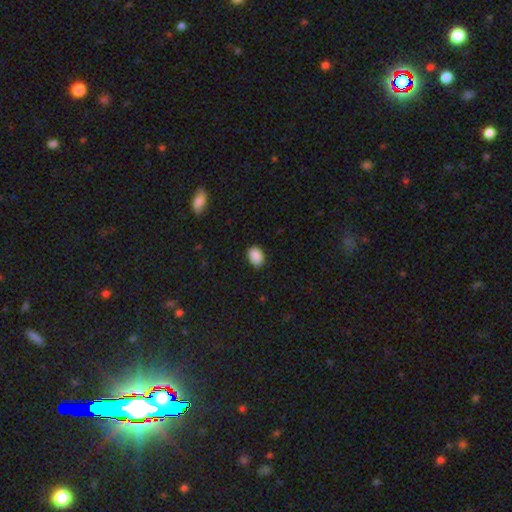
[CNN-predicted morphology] The model was most divided on "how rounded": in between: 79%, round: 20%, cigar-shaped: 1%. More confident: smooth or featured — smooth (90%); merging — none (85%).